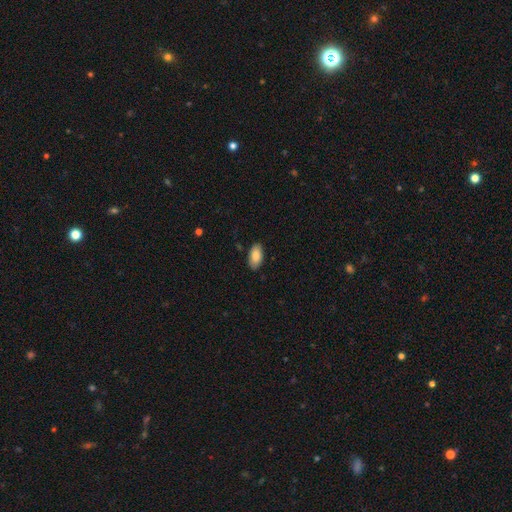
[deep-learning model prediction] A smooth galaxy with no disk features (85%) that is in between round and cigar-shaped (94%).

Vote fractions:
- Smooth or featured? smooth: 85% / featured or disk: 9% / star or artifact: 6%
- How rounded? in between: 94% / cigar-shaped: 3% / round: 3%
- Merging? none: 87% / minor disturbance: 10% / major disturbance: 2% / merger: 1%